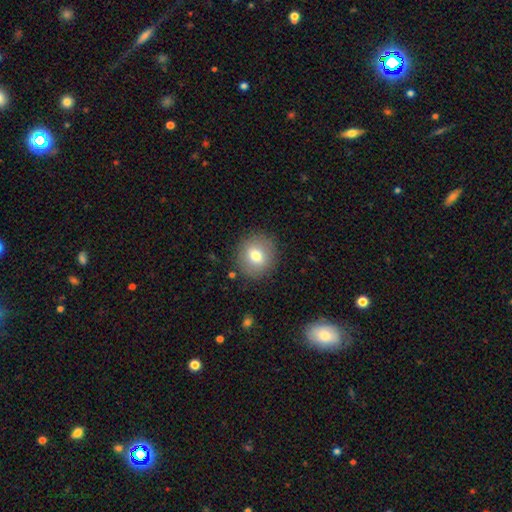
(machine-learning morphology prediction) smooth_or_featured: smooth (p=0.75) [alt: featured or disk p=0.16]
how_rounded: round (p=0.87) [alt: in between p=0.12]
merging: none (p=0.88) [alt: minor disturbance p=0.08]